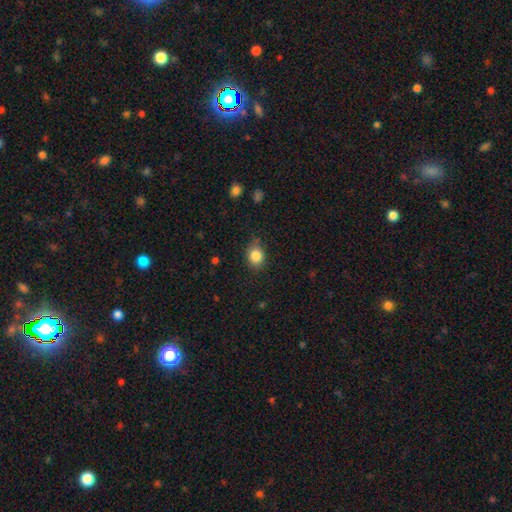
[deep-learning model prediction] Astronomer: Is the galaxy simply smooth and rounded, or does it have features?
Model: smooth — 85%.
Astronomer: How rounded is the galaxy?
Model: round — 57% (runner-up: in between, 42%).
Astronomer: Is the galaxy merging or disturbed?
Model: none — 76%.